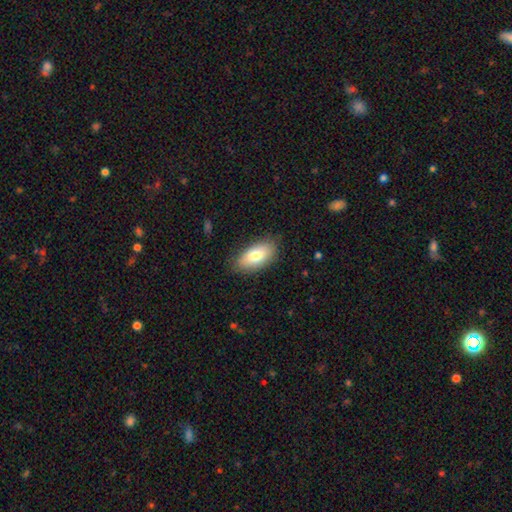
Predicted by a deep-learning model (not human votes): smooth_or_featured: smooth (p=0.78) [alt: featured or disk p=0.16]
how_rounded: in between (p=0.92) [alt: cigar-shaped p=0.05]
merging: none (p=0.84) [alt: minor disturbance p=0.12]